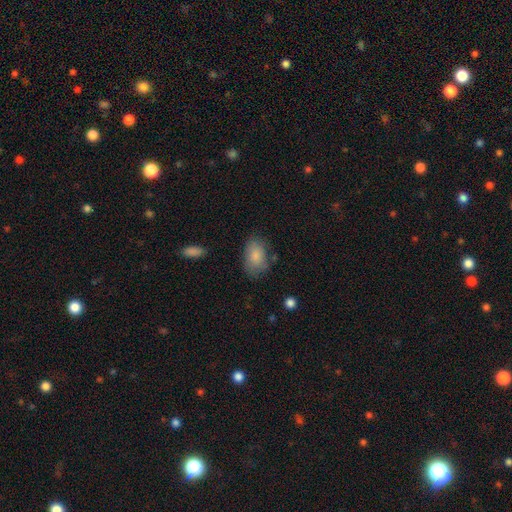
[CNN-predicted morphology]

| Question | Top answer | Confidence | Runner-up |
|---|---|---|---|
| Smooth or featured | smooth | 84% | featured or disk (9%) |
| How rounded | in between | 88% | round (11%) |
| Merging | none | 70% | minor disturbance (21%) |